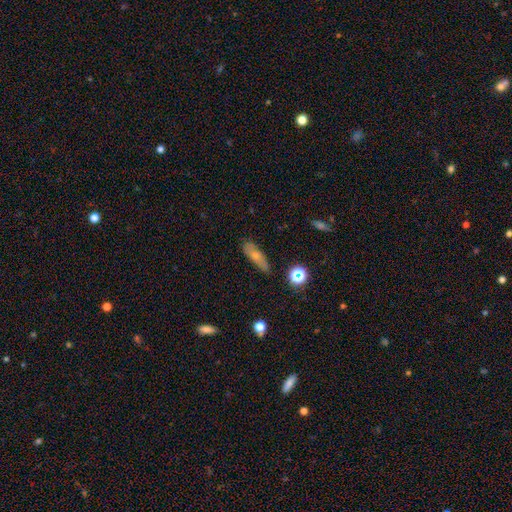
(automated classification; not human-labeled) A smooth galaxy with no disk features (61%) that is cigar-shaped (49%). Merging: none (72%).